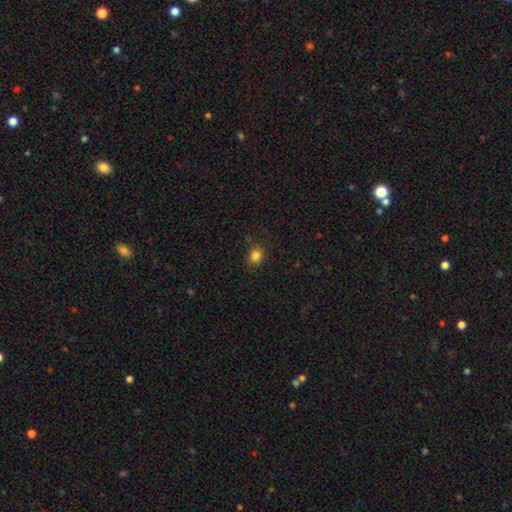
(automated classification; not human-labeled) Smooth or featured: smooth — 83% (star or artifact — 12%)
How rounded: round — 58% (in between — 42%)
Merging: none — 80% (minor disturbance — 14%)